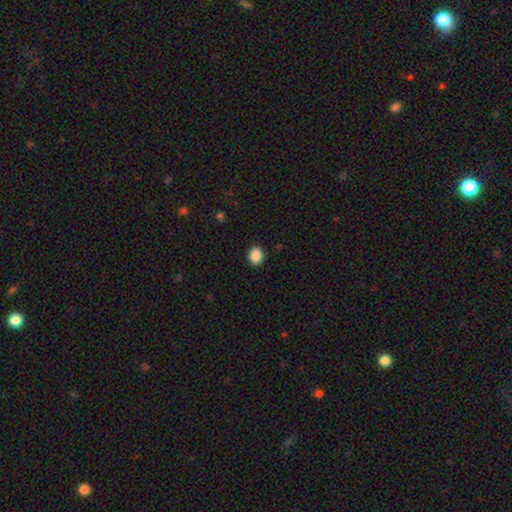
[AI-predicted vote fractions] Smooth or featured? smooth (89%)
How rounded? in between (53%)
Merging? none (91%)